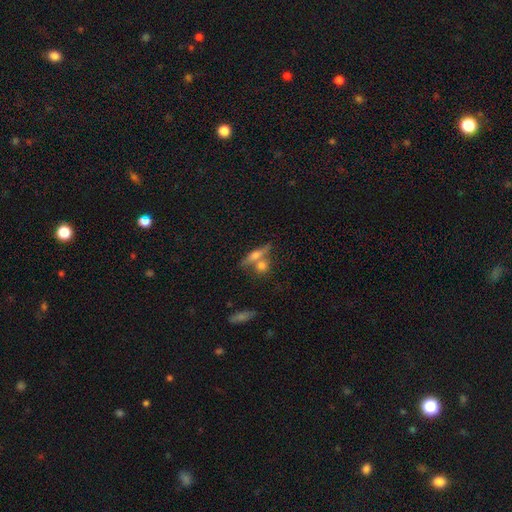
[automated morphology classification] This is possibly a featured or disk galaxy (51%). It is clearly viewed edge-on (91%). Merging: possibly none (59%).